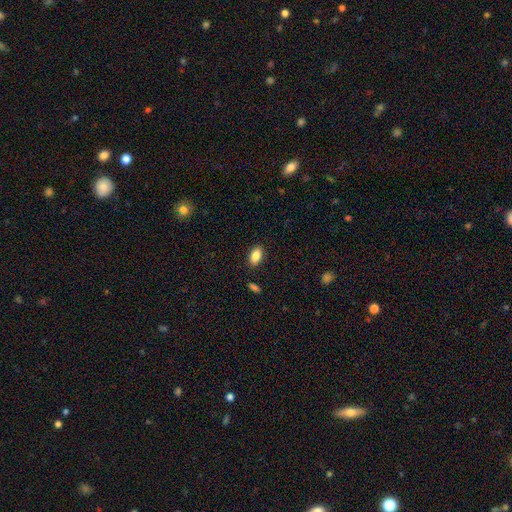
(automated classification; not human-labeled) Smooth or featured: smooth — 86% (star or artifact — 8%)
How rounded: in between — 92% (round — 5%)
Merging: none — 88% (minor disturbance — 9%)